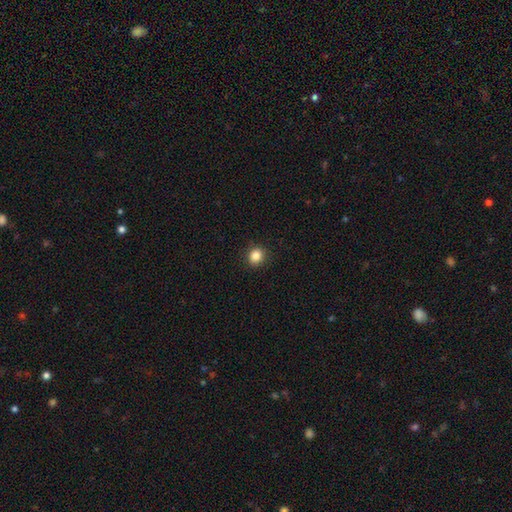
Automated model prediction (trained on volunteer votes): smooth_or_featured: smooth (p=0.85) [alt: star or artifact p=0.11]
how_rounded: round (p=0.82) [alt: in between p=0.17]
merging: none (p=0.91) [alt: minor disturbance p=0.06]